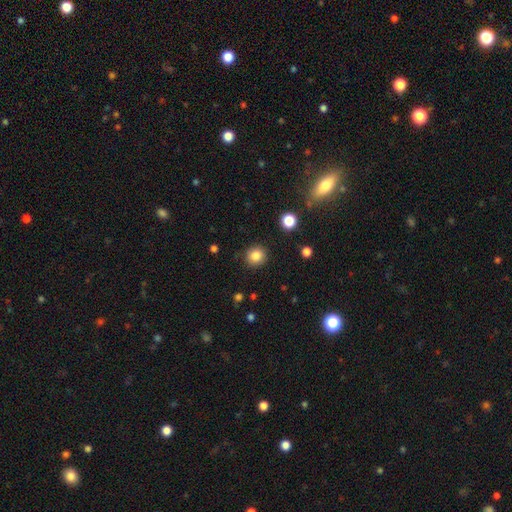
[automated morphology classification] smooth_or_featured: smooth (p=0.85) [alt: star or artifact p=0.11]
how_rounded: round (p=0.89) [alt: in between p=0.10]
merging: none (p=0.90) [alt: minor disturbance p=0.07]